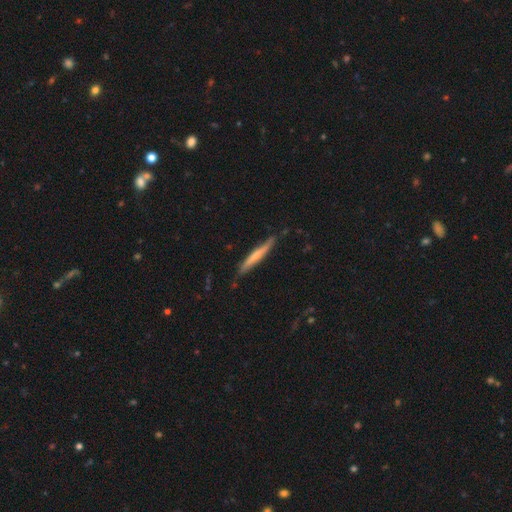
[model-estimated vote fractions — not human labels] Smooth or featured? smooth (52%)
How rounded? cigar-shaped (95%)
Merging? none (79%)